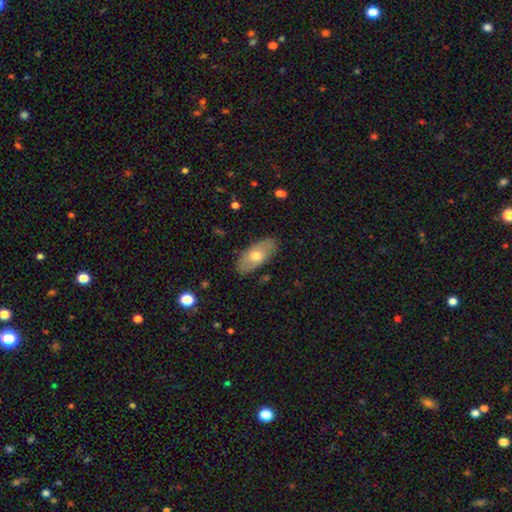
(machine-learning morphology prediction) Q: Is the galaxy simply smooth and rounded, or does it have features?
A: smooth — 60%.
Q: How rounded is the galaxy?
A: in between — 89%.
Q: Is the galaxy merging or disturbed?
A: none — 85%.